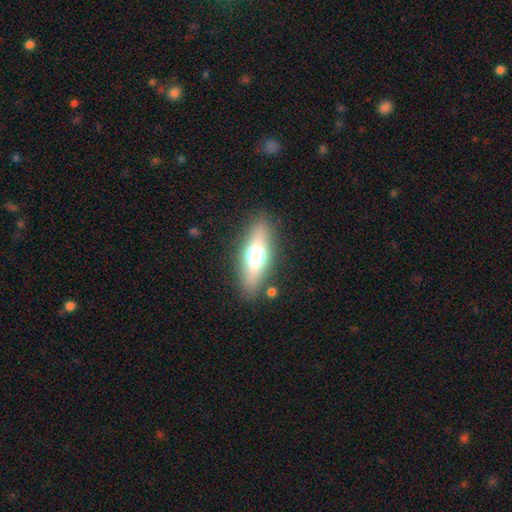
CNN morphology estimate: Overall: smooth (55%; featured or disk 37%). How rounded: in between (56%; cigar-shaped 40%). Merging: none (84%).